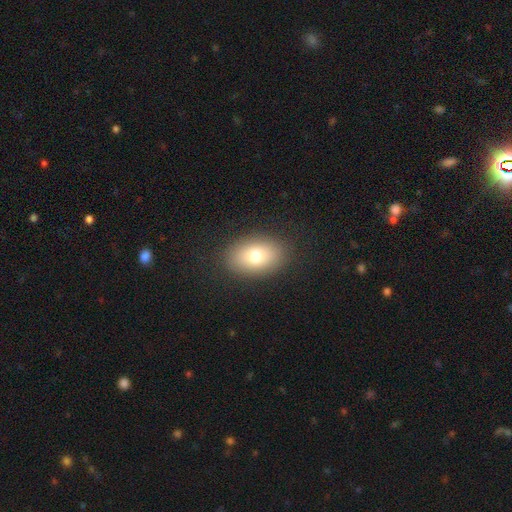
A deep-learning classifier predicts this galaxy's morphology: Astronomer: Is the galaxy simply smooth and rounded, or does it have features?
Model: smooth — 76%.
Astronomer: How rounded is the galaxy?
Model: in between — 85%.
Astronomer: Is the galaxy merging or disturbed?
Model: none — 88%.